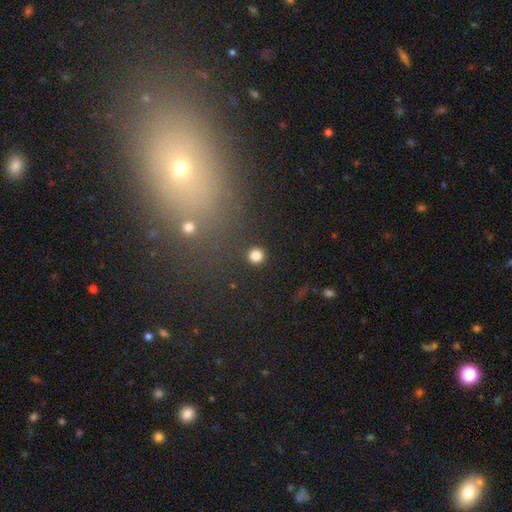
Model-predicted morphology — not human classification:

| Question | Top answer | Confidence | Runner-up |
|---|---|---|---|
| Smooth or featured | smooth | 83% | star or artifact (13%) |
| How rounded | round | 95% | in between (4%) |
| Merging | none | 92% | minor disturbance (4%) |